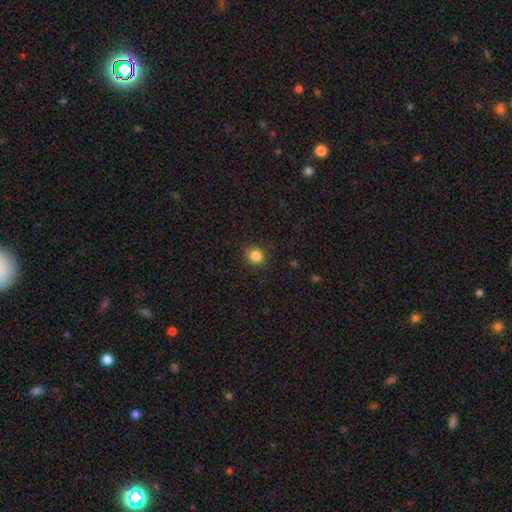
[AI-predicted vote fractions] This appears to be a smooth galaxy with no disk features (85%) that is round (78%). Merging: none (86%).